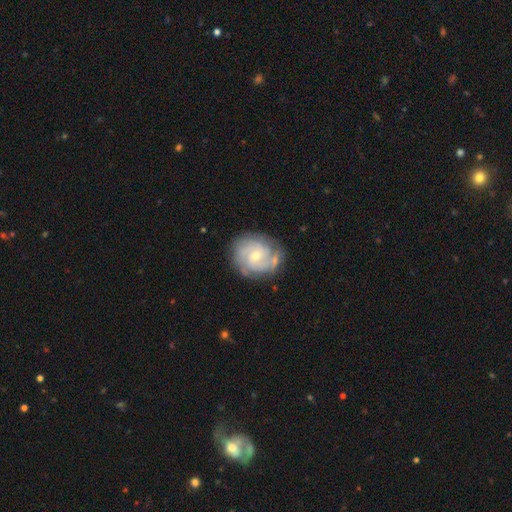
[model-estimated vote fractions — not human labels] Smooth or featured? Predicted: featured or disk (p=0.80). Edge-on disk? Predicted: no (p=0.98). Bar? Predicted: no (p=0.60). Spiral arms? Predicted: yes (p=0.94). Spiral winding? Predicted: tight (p=0.60). Spiral arm count? Predicted: 3 (p=0.29). Bulge size? Predicted: small (p=0.59). Merging? Predicted: none (p=0.72).